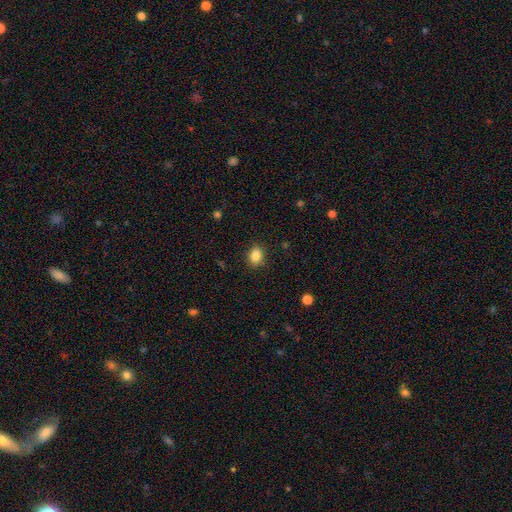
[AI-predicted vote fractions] Smooth or featured? Predicted: smooth (p=0.86). How rounded? Predicted: in between (p=0.58). Merging? Predicted: none (p=0.87).